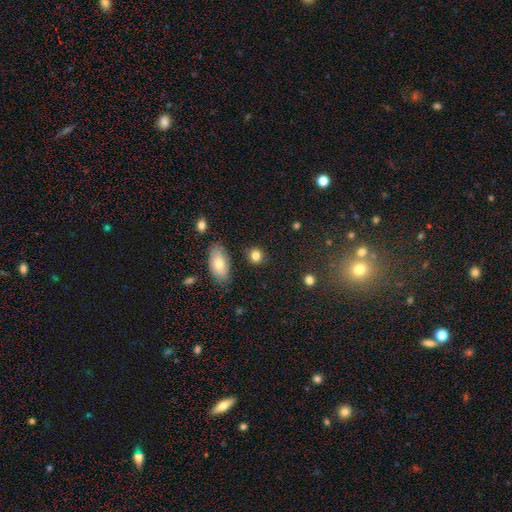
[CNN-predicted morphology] smooth 83%, star or artifact 10%, featured or disk 6%. Down the decision tree: how rounded — round (79%); merging — none (82%).